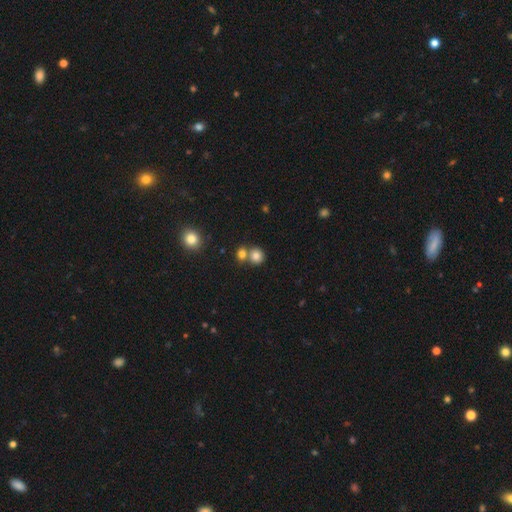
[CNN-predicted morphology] This is clearly a smooth galaxy (80%). How rounded: clearly round (85%). Merging: possibly none (54%).